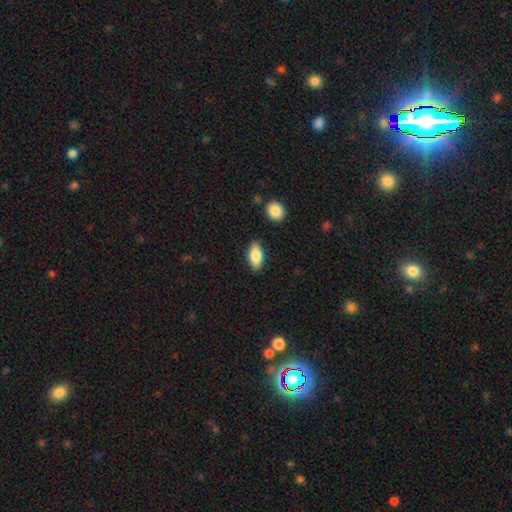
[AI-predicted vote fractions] Overall: smooth (80%). How rounded: in between (87%). Merging: none (85%).